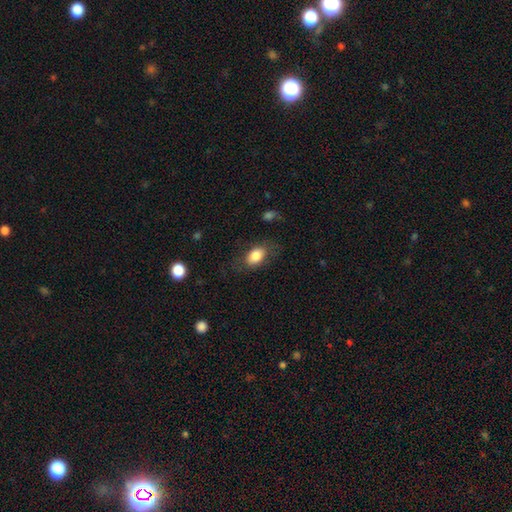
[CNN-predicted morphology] This appears to be a smooth galaxy with no disk features (81%) that is in between round and cigar-shaped (89%). Merging: none (72%).